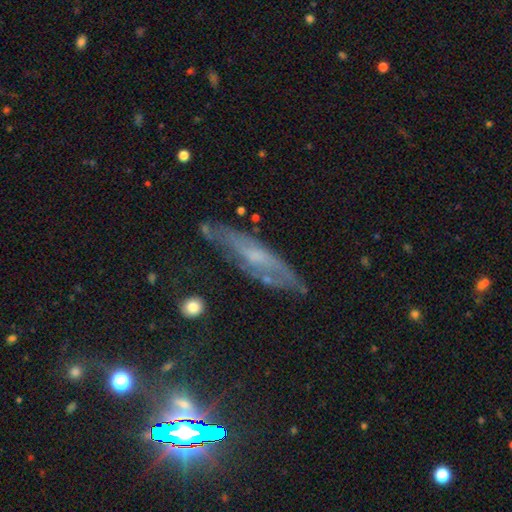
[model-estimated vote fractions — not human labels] Morphology: type=featured or disk (62%); edge-on=no (51%); merging=none (66%).